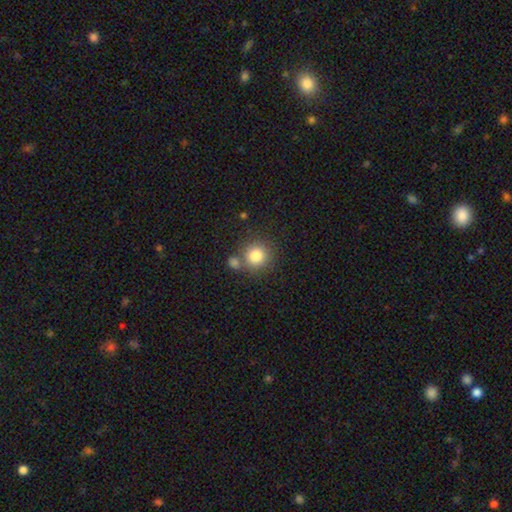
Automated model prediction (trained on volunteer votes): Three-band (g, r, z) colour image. It shows a smooth galaxy with no disk features (82%) that is round (92%). Merging: none (68%).